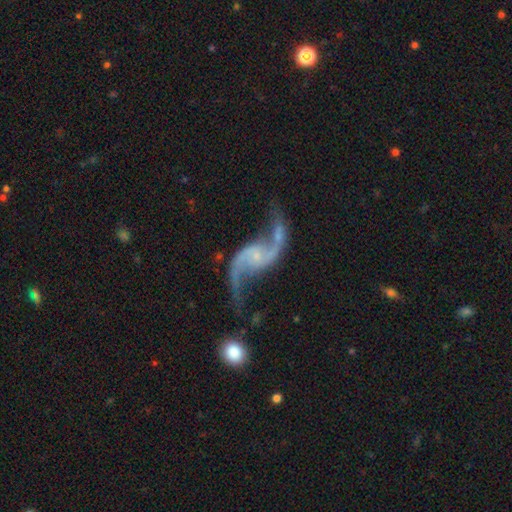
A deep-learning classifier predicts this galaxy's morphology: Smooth or featured: featured or disk — 92% (star or artifact — 5%)
Edge-on disk: no — 97% (yes — 3%)
Bar: no — 57% (weak — 32%)
Spiral arms: yes — 97% (no — 3%)
Spiral winding: loose — 86% (medium — 11%)
Spiral arm count: 2 — 94% (1 — 1%)
Bulge size: small — 68% (none — 18%)
Merging: none — 66% (minor disturbance — 16%)